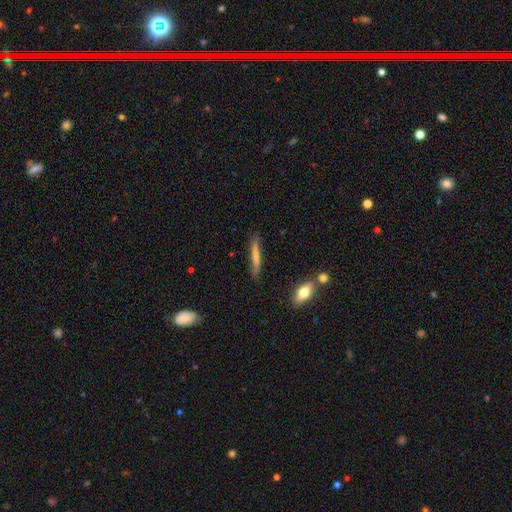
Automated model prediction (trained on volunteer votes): Morphology: type=smooth (60%); roundness=cigar-shaped (92%); merging=none (78%).